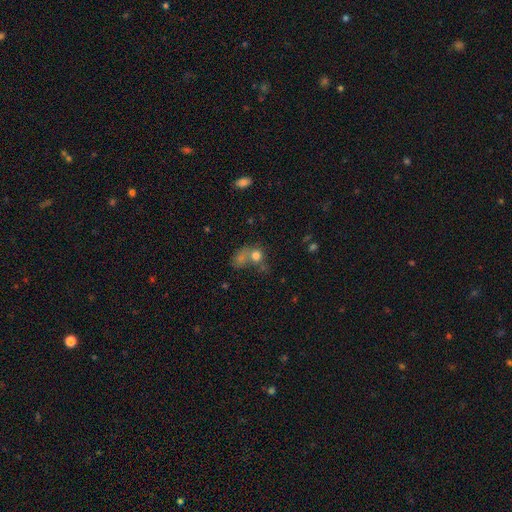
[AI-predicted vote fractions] smooth_or_featured: smooth (p=0.72) [alt: featured or disk p=0.14]
how_rounded: round (p=0.69) [alt: in between p=0.29]
merging: merger (p=0.49) [alt: none p=0.29]